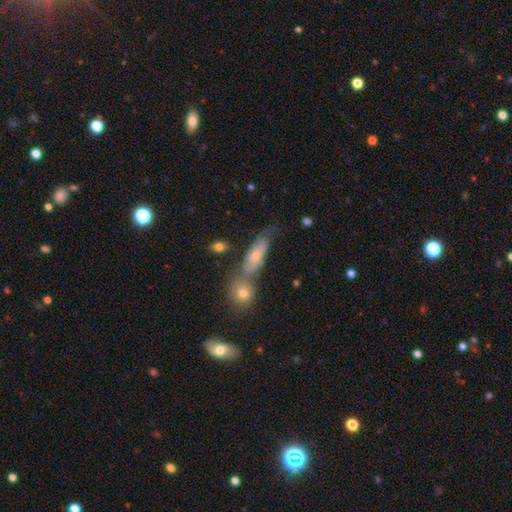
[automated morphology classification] Overall: smooth (60%; featured or disk 31%). How rounded: in between (65%; cigar-shaped 30%). Merging: none (44%; merger 28%).